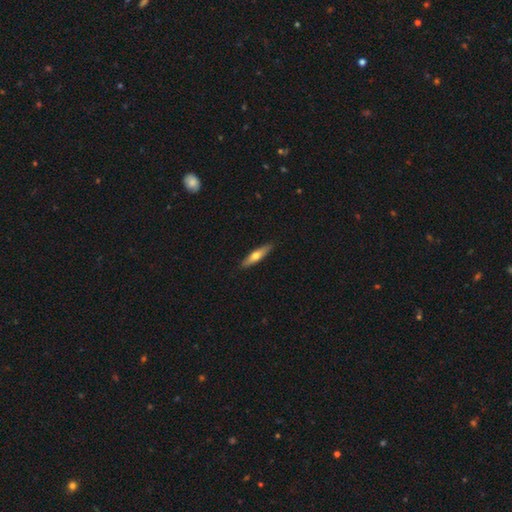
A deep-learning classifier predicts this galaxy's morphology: This is possibly a smooth galaxy (53%). How rounded: likely cigar-shaped (76%). Merging: clearly none (91%).